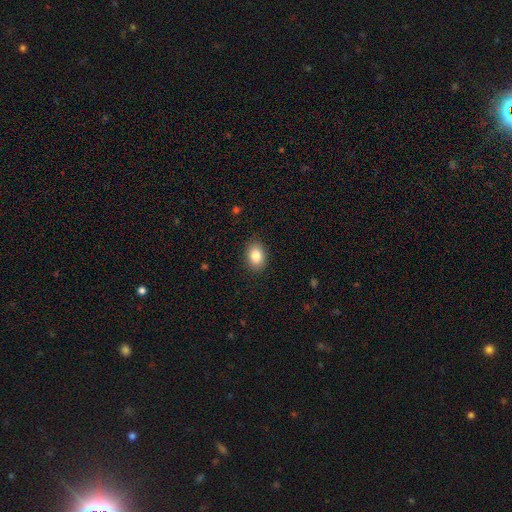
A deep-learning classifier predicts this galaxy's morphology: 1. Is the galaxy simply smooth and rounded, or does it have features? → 84% smooth, 9% star or artifact, 8% featured or disk.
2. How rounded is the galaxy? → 73% in between, 26% round, 1% cigar-shaped.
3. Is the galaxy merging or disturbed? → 88% none, 9% minor disturbance, 2% major disturbance, 1% merger.